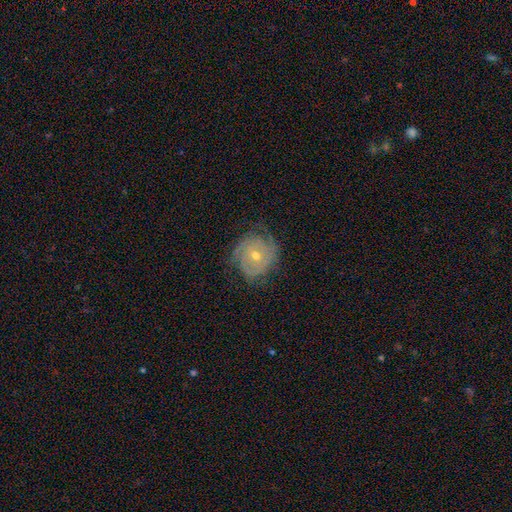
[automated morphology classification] The model was most divided on "spiral arm count": can't tell: 31%, 2: 30%, 3: 22%, 4: 7%, 1: 6%, more than 4: 5%. More confident: edge-on disk — no (97%); spiral arms — yes (92%); smooth or featured — featured or disk (80%); bar — no (76%); spiral winding — tight (73%); merging — none (71%); bulge size — moderate (55%).